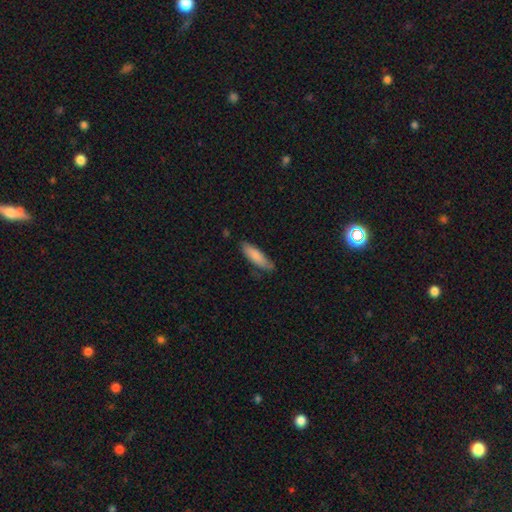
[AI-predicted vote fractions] A smooth galaxy with no disk features (83%) that is cigar-shaped (58%).

Vote fractions:
- Smooth or featured? smooth: 83% / featured or disk: 11% / star or artifact: 6%
- How rounded? cigar-shaped: 58% / in between: 41% / round: 1%
- Merging? none: 74% / minor disturbance: 21% / major disturbance: 3% / merger: 2%